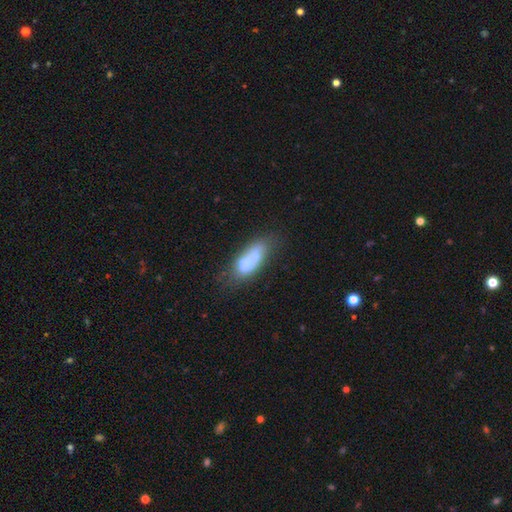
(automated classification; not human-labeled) This is possibly a smooth galaxy (55%). How rounded: clearly in between (80%). Merging: marginally merger (39%).